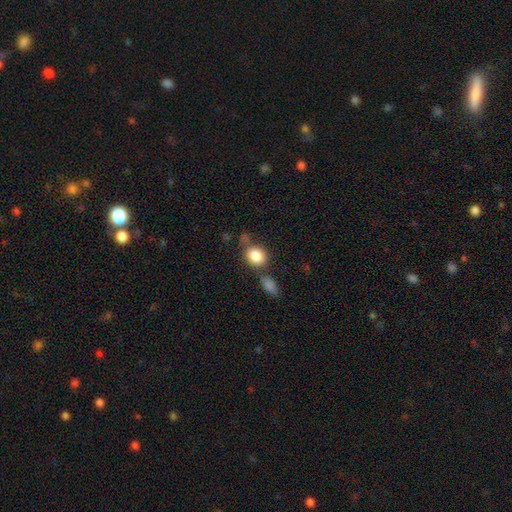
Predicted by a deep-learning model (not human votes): smooth 85%, star or artifact 8%, featured or disk 7%. Down the decision tree: how rounded — round (56%); merging — none (56%).